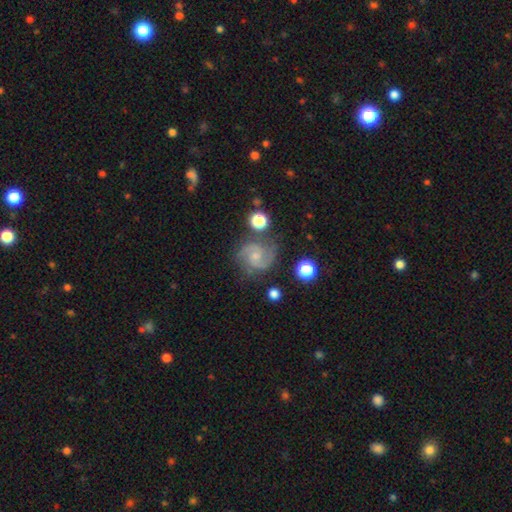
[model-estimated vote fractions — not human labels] A featured or disk galaxy (85%) with no bar (59%), 2 (86%) medium (58%) spiral arms (97%) and a small central bulge (64%).

Vote fractions:
- Smooth or featured? featured or disk: 85% / smooth: 8% / star or artifact: 7%
- Edge-on disk? no: 98% / yes: 2%
- Bar? no: 59% / weak: 35% / strong: 6%
- Spiral arms? yes: 97% / no: 3%
- Spiral winding? medium: 58% / tight: 26% / loose: 16%
- Spiral arm count? 2: 86% / 3: 6% / can't tell: 4% / 1: 2% / 4: 1% / more than 4: 1%
- Bulge size? small: 64% / moderate: 27% / none: 7% / large: 1% / dominant: 1%
- Merging? none: 73% / minor disturbance: 16% / major disturbance: 6% / merger: 4%